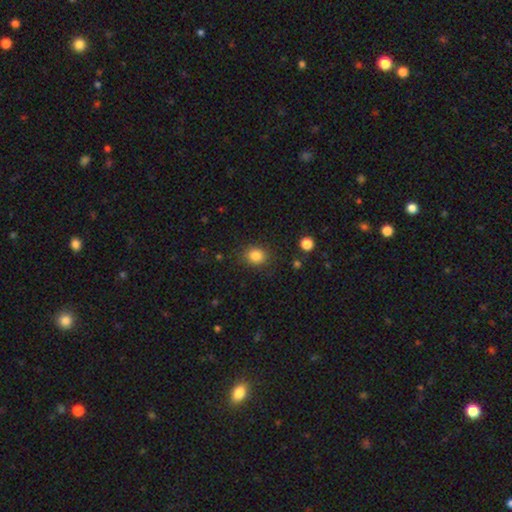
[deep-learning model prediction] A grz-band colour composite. It shows a smooth galaxy with no disk features (85%) that is round (68%). Merging: none (86%).